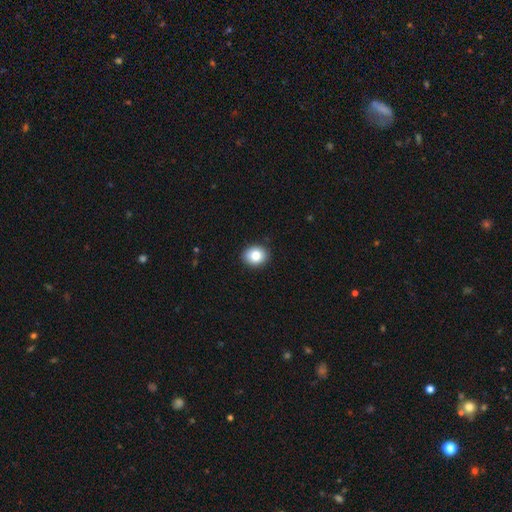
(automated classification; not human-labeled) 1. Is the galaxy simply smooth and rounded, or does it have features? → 83% smooth, 9% star or artifact, 8% featured or disk.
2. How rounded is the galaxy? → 63% round, 36% in between, 1% cigar-shaped.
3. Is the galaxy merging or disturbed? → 90% none, 7% minor disturbance, 2% major disturbance, 1% merger.